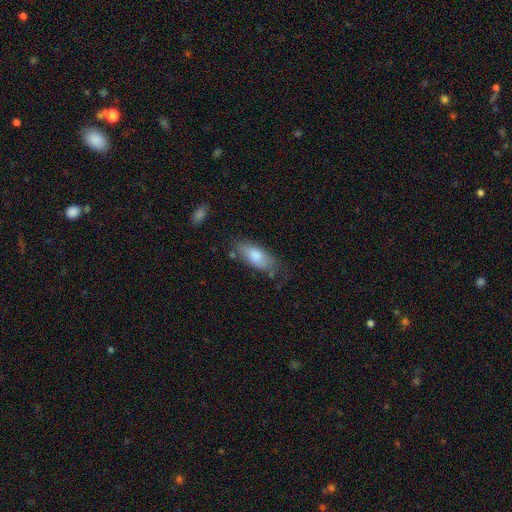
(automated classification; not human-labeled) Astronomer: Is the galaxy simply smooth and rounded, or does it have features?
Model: smooth — 79%.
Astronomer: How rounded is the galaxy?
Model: in between — 81%.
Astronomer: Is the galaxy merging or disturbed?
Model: none — 61%.